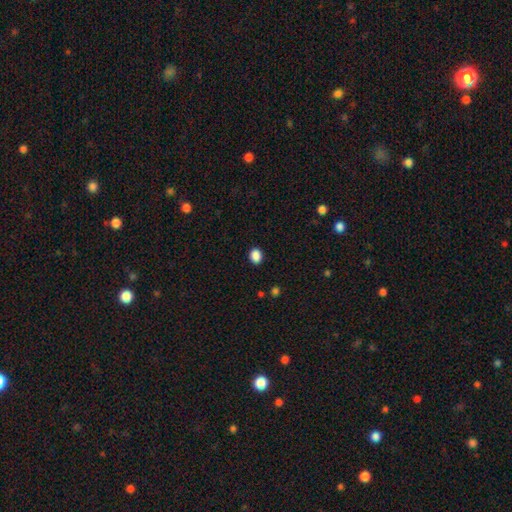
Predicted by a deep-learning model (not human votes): Smooth or featured?
  - smooth: 88% *
  - star or artifact: 10%
  - featured or disk: 3%
How rounded?
  - in between: 53% *
  - round: 46%
  - cigar-shaped: 1%
Merging?
  - none: 90% *
  - minor disturbance: 7%
  - major disturbance: 2%
  - merger: 1%